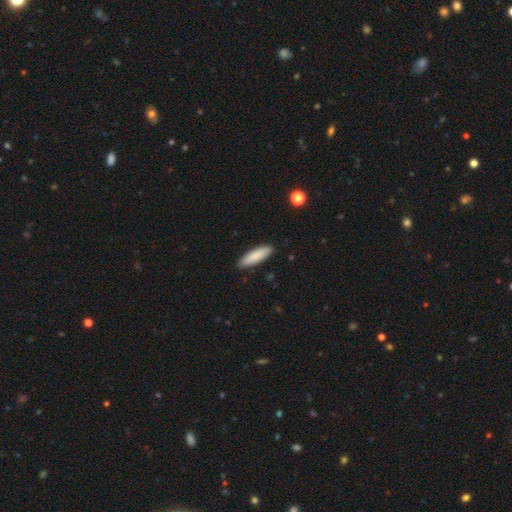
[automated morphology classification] type=smooth (85%); roundness=cigar-shaped (59%); merging=none (88%).